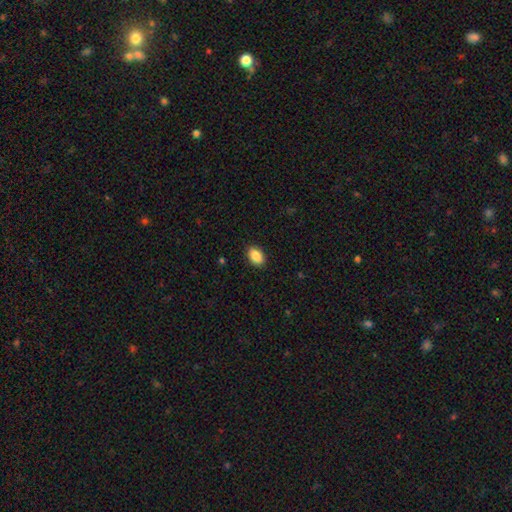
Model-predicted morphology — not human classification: Q: Smooth or featured?
A: smooth (88%); runner-up: star or artifact (8%)
Q: How rounded?
A: in between (86%); runner-up: round (12%)
Q: Merging?
A: none (89%); runner-up: minor disturbance (8%)